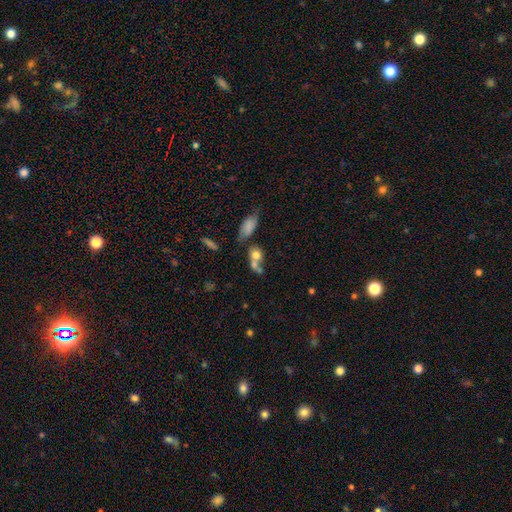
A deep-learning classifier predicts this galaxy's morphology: This is marginally a smooth galaxy (42%). Merging: possibly none (56%).